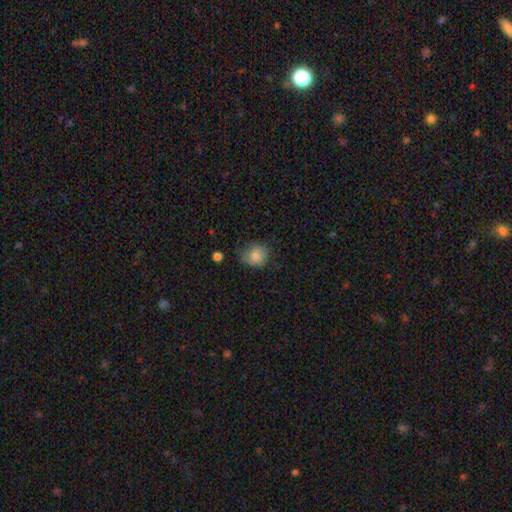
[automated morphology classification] Overall: smooth (81%). How rounded: round (72%). Merging: none (61%; minor disturbance 29%).